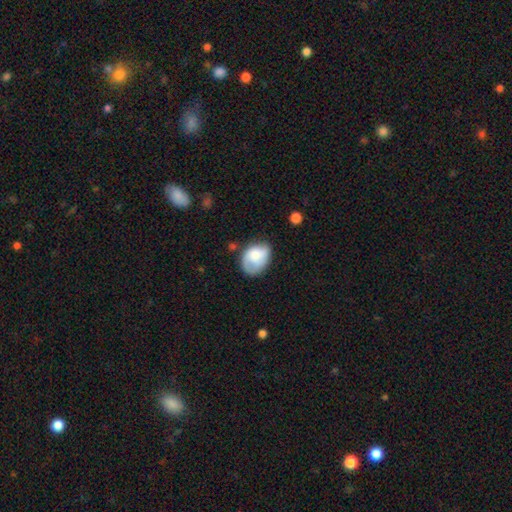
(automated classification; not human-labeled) Smooth or featured: smooth — 65% (featured or disk — 27%)
How rounded: in between — 70% (round — 29%)
Merging: none — 54% (minor disturbance — 31%)